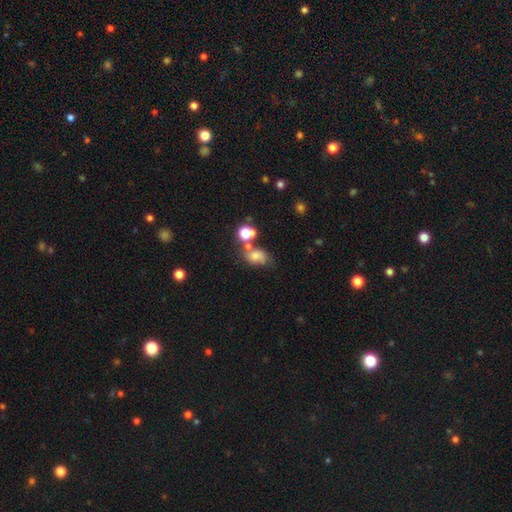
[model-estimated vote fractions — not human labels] A smooth galaxy with no disk features (63%) that is in between round and cigar-shaped (65%). Merging: none (40%).